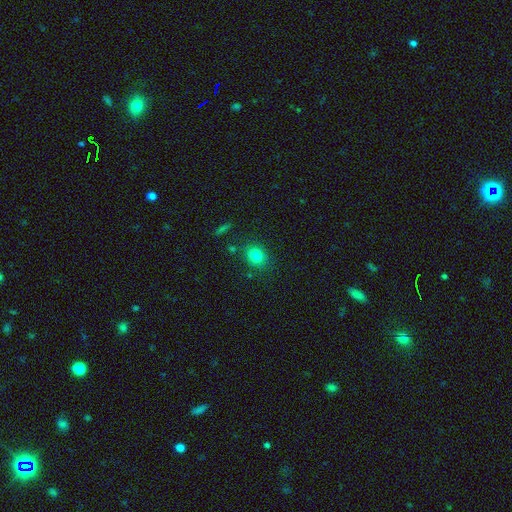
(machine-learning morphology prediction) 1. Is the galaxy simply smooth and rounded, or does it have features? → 81% smooth, 12% star or artifact, 8% featured or disk.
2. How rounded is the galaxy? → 56% round, 43% in between, 1% cigar-shaped.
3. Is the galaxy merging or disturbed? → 82% none, 11% minor disturbance, 4% merger, 3% major disturbance.